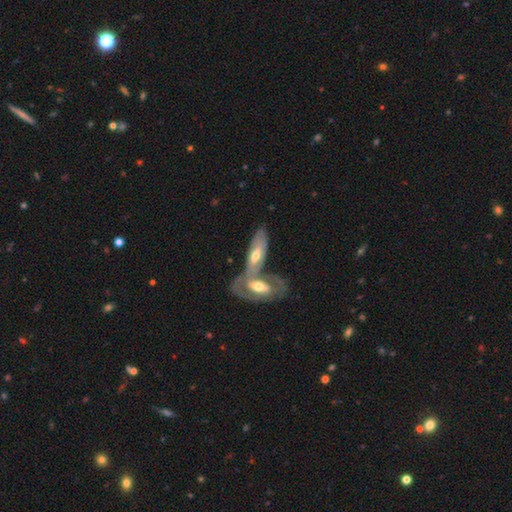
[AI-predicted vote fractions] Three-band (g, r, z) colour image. It shows a featured or disk galaxy (68%) with no bar (55%), spiral arms (68%) and a moderate central bulge (68%). Merging: merger (57%).